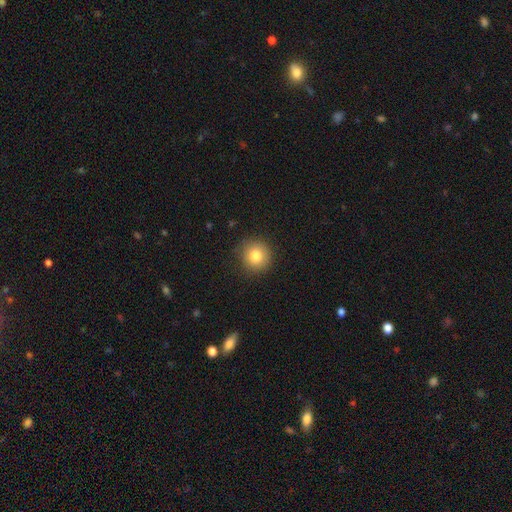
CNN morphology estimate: This appears to be a smooth galaxy with no disk features (81%) that is round (93%). Merging: none (88%).